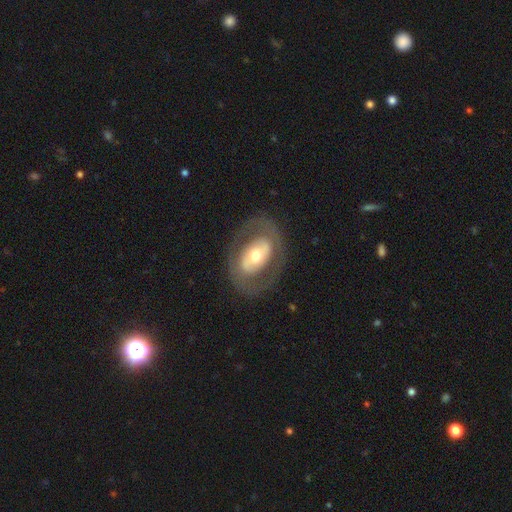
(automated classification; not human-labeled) A featured or disk galaxy (65%) with no bar (55%), no spiral arms (69%) and a moderate central bulge (65%).

Vote fractions:
- Smooth or featured? featured or disk: 65% / smooth: 30% / star or artifact: 6%
- Edge-on disk? no: 93% / yes: 7%
- Bar? no: 55% / weak: 24% / strong: 21%
- Spiral arms? no: 69% / yes: 31%
- Bulge size? moderate: 65% / small: 17% / large: 15% / dominant: 2% / none: 1%
- Merging? none: 77% / minor disturbance: 12% / major disturbance: 10% / merger: 1%